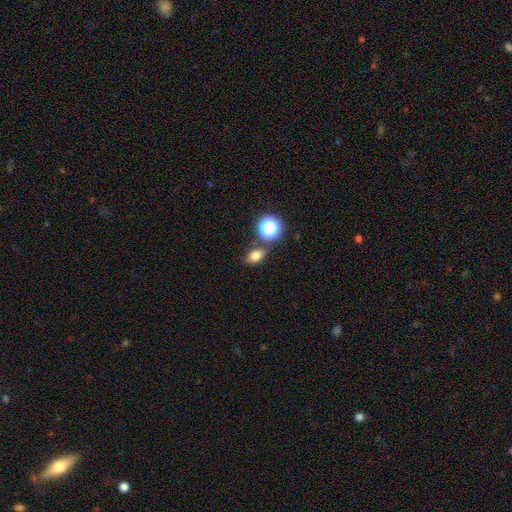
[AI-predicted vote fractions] smooth-or-featured: smooth: 73% | star or artifact: 18% | featured or disk: 10%
  how-rounded: in between: 70% | round: 28% | cigar-shaped: 2%
  merging: none: 73% | minor disturbance: 12% | merger: 11% | major disturbance: 4%